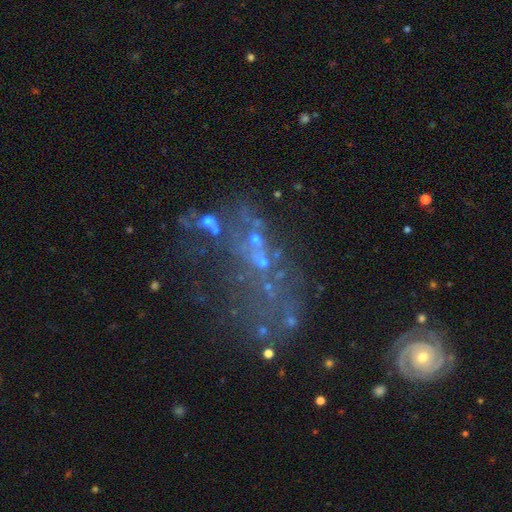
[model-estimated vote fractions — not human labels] smooth-or-featured: featured or disk: 43% | star or artifact: 38% | smooth: 19%
  merging: none: 35% (tied) | major disturbance: 35% (tied) | merger: 17% | minor disturbance: 14%